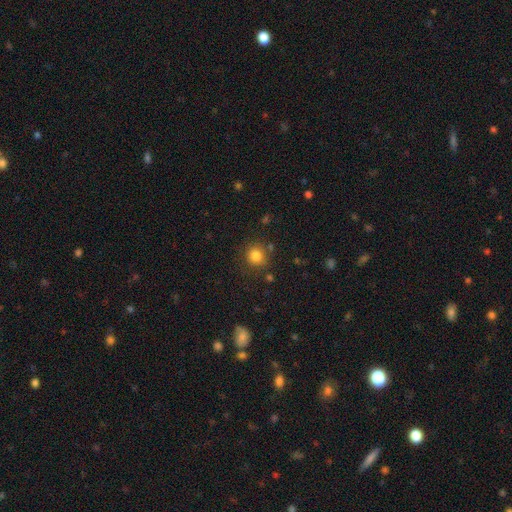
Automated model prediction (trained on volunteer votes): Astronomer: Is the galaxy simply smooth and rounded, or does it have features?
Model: smooth — 82%.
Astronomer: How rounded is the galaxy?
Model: round — 89%.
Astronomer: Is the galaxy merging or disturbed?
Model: none — 83%.